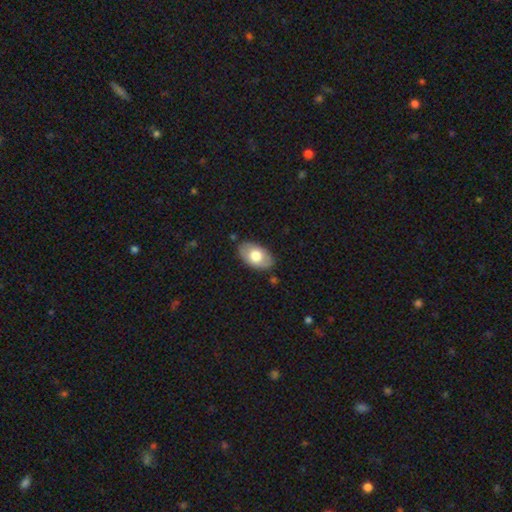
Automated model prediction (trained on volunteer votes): smooth 69%, featured or disk 25%, star or artifact 6%. Down the decision tree: how rounded — in between (92%); merging — none (82%).